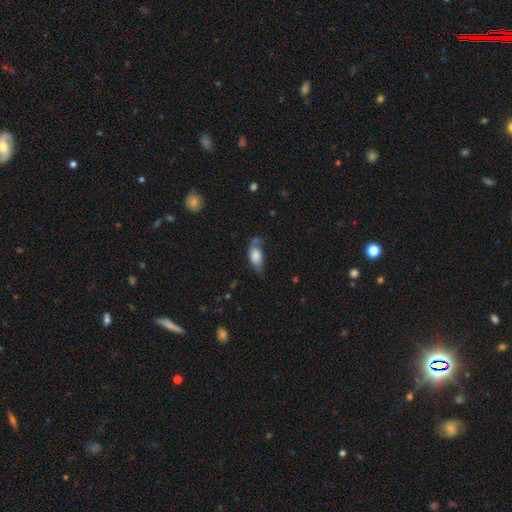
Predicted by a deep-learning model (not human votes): Smooth or featured? Predicted: smooth (p=0.71). How rounded? Predicted: in between (p=0.89). Merging? Predicted: none (p=0.39).